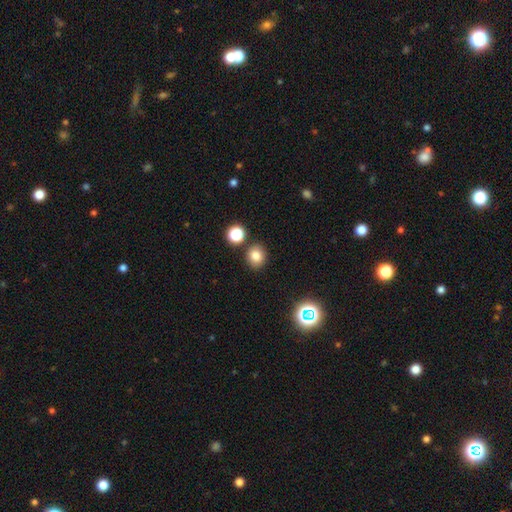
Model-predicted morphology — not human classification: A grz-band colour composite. It shows a smooth galaxy with no disk features (80%) that is round (74%). Merging: none (83%).